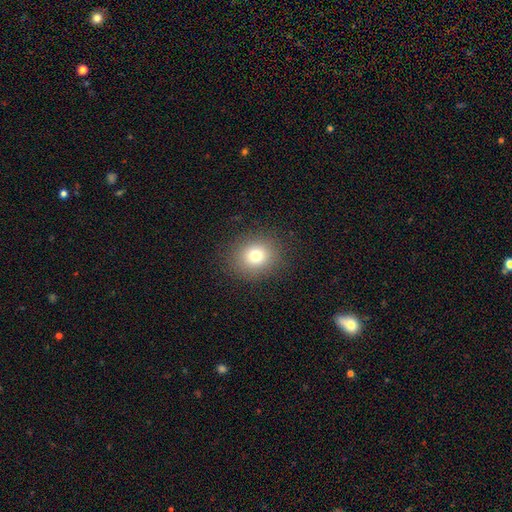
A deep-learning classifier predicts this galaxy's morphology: Q: Smooth or featured?
A: smooth (77%); runner-up: star or artifact (14%)
Q: How rounded?
A: round (80%); runner-up: in between (19%)
Q: Merging?
A: none (88%); runner-up: minor disturbance (7%)